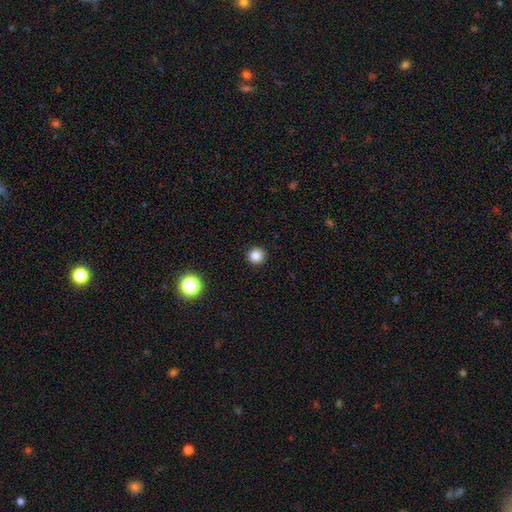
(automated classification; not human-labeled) Morphology: type=smooth (83%); roundness=round (95%); merging=none (93%).